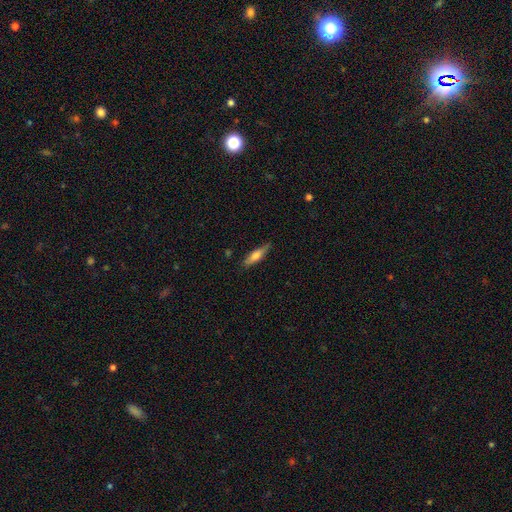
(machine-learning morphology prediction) This is possibly a smooth galaxy (59%). How rounded: likely cigar-shaped (70%). Merging: clearly none (82%).